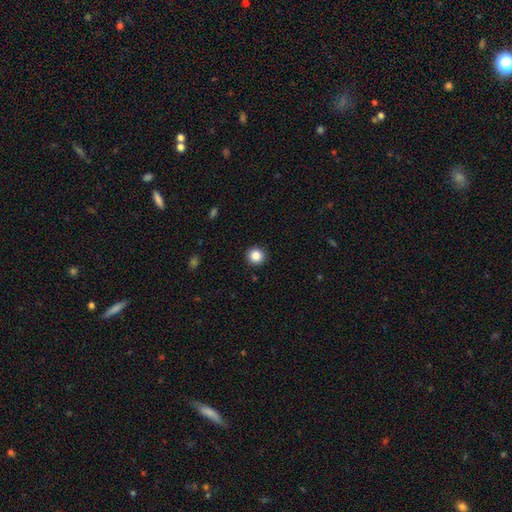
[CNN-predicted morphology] This is clearly a smooth galaxy (86%). How rounded: clearly round (94%). Merging: clearly none (92%).